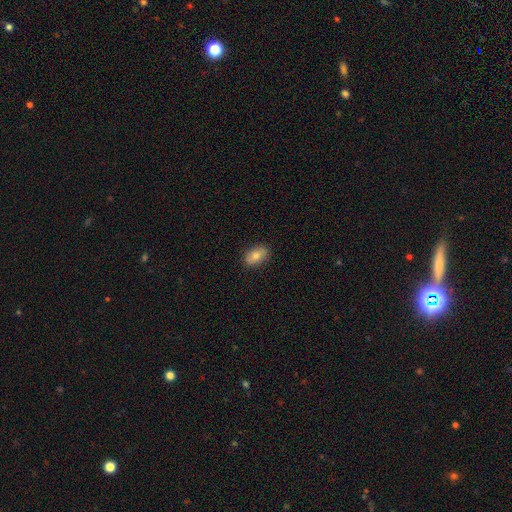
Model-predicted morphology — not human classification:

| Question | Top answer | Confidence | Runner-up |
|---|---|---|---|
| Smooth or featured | smooth | 76% | featured or disk (16%) |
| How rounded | in between | 88% | round (9%) |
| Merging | none | 87% | minor disturbance (10%) |